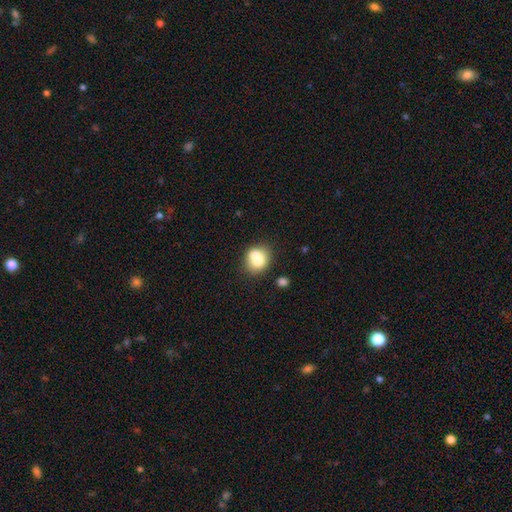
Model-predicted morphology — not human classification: The model was most divided on "merging": none: 42%, merger: 40%, minor disturbance: 13%, major disturbance: 5%. More confident: smooth or featured — smooth (72%); how rounded — round (63%).